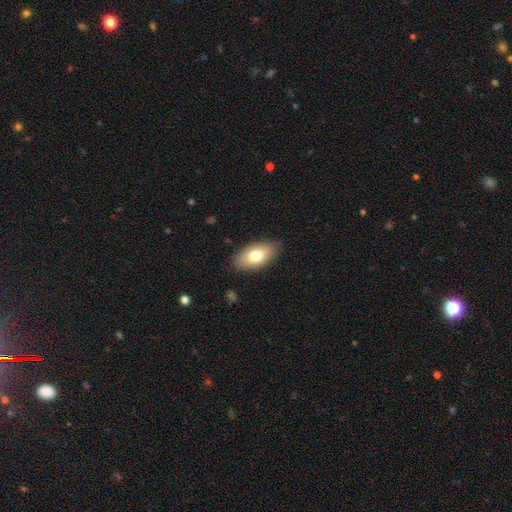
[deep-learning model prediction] Smooth or featured? smooth (75%)
How rounded? in between (93%)
Merging? none (86%)